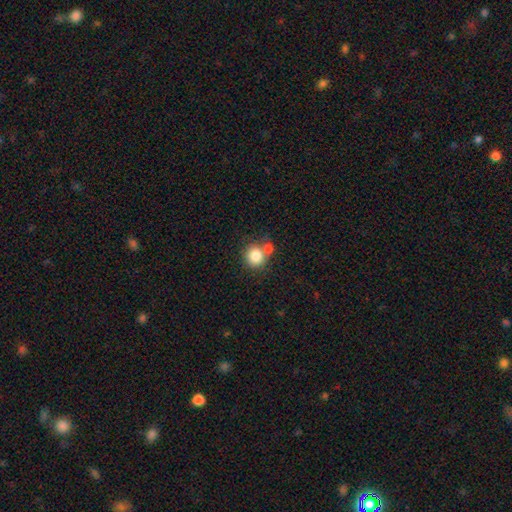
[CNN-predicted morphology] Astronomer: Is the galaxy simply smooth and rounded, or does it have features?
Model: smooth — 82%.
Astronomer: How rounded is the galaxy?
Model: round — 87%.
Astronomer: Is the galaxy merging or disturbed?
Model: none — 53% (runner-up: merger, 33%).